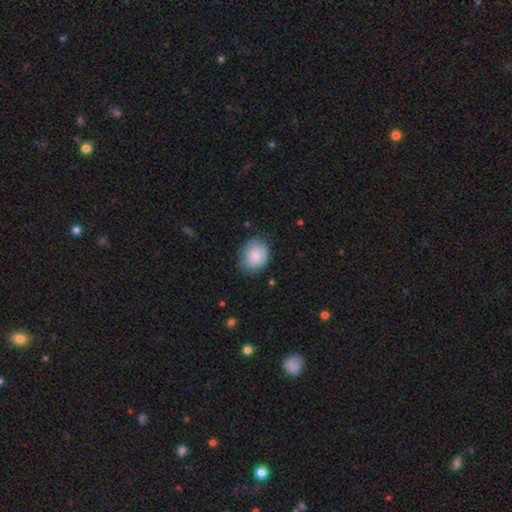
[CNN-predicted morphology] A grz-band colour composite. It shows a smooth galaxy with no disk features (76%) that is round (54%). Merging: none (72%).